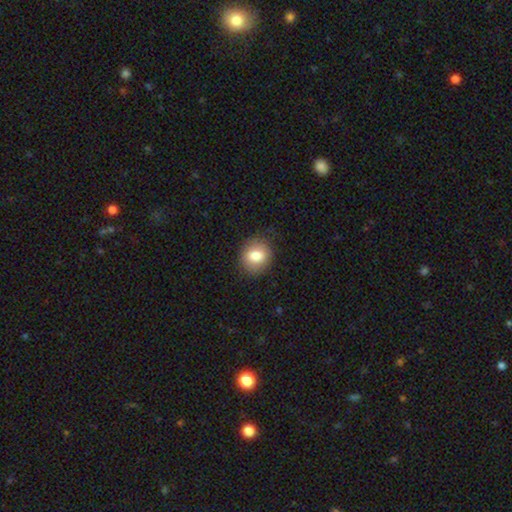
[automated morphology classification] A smooth galaxy with no disk features (82%) that is round (73%). Merging: none (84%).